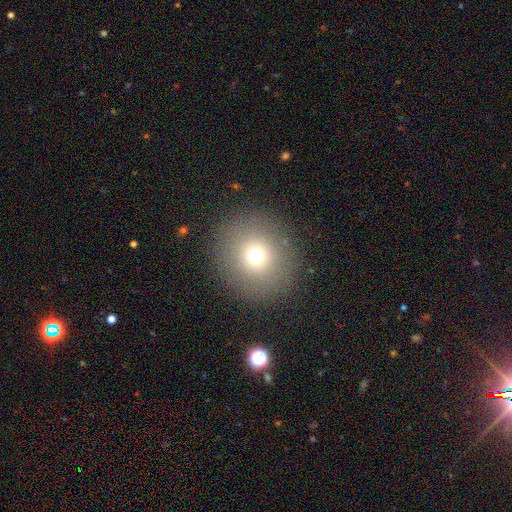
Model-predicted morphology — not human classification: smooth 70%, star or artifact 18%, featured or disk 12%. Down the decision tree: how rounded — round (89%); merging — none (88%).